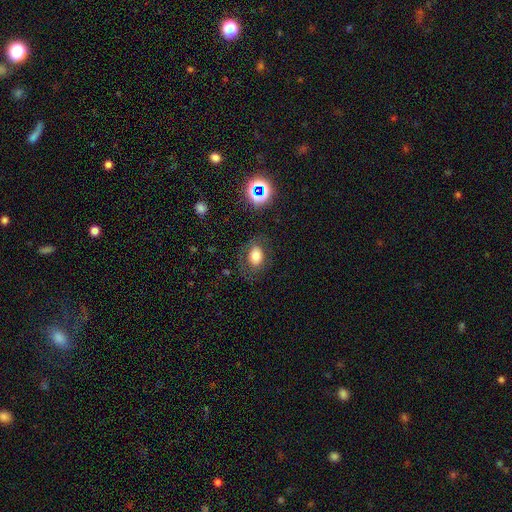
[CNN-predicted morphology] This appears to be a smooth galaxy with no disk features (70%) that is in between round and cigar-shaped (71%). Merging: none (71%).